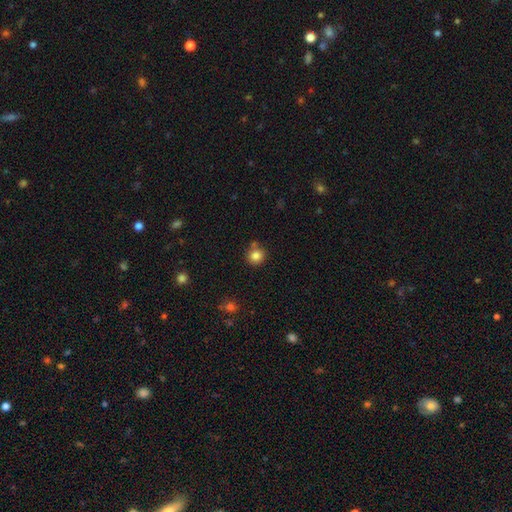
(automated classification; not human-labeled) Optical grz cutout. It shows a smooth galaxy with no disk features (83%) that is round (92%). Merging: none (78%).